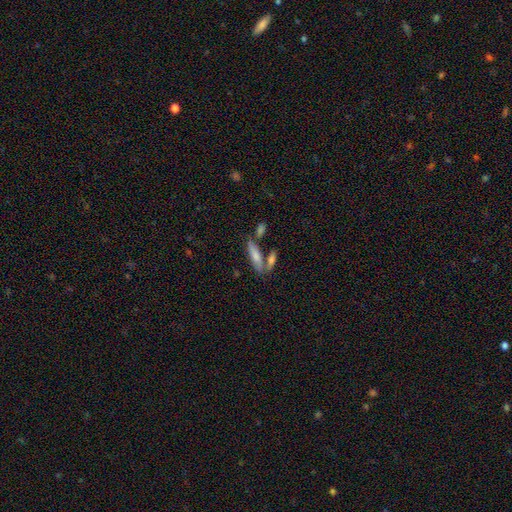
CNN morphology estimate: A smooth galaxy with no disk features (70%) that is cigar-shaped (60%).

Vote fractions:
- Smooth or featured? smooth: 70% / featured or disk: 23% / star or artifact: 7%
- How rounded? cigar-shaped: 60% / in between: 37% / round: 2%
- Merging? none: 55% / merger: 28% / minor disturbance: 13% / major disturbance: 5%